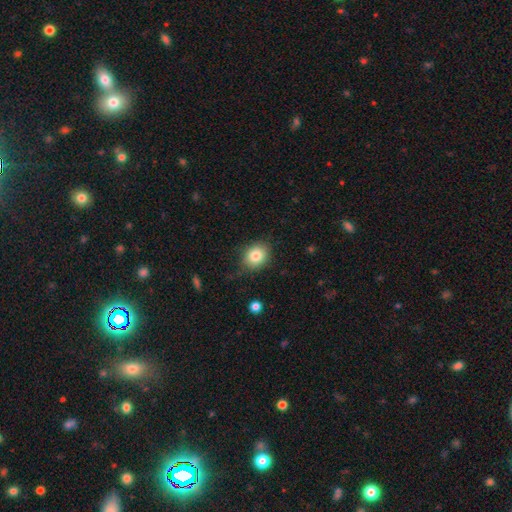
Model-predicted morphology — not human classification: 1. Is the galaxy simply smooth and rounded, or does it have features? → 82% smooth, 10% star or artifact, 9% featured or disk.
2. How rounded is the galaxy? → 57% round, 42% in between, 1% cigar-shaped.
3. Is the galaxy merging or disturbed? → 77% none, 17% minor disturbance, 4% major disturbance, 2% merger.